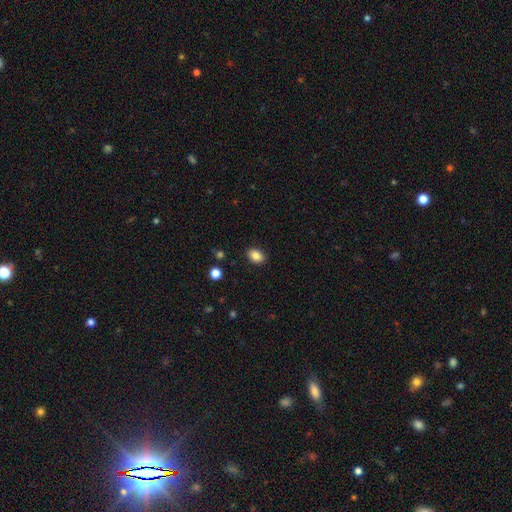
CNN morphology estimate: Smooth or featured? Predicted: smooth (p=0.86). How rounded? Predicted: in between (p=0.72). Merging? Predicted: none (p=0.88).